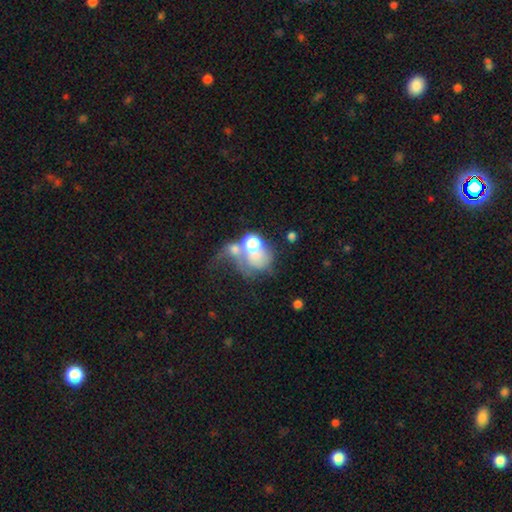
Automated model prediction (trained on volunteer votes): This appears to be a featured or disk galaxy (47%). Merging: major disturbance (35%).